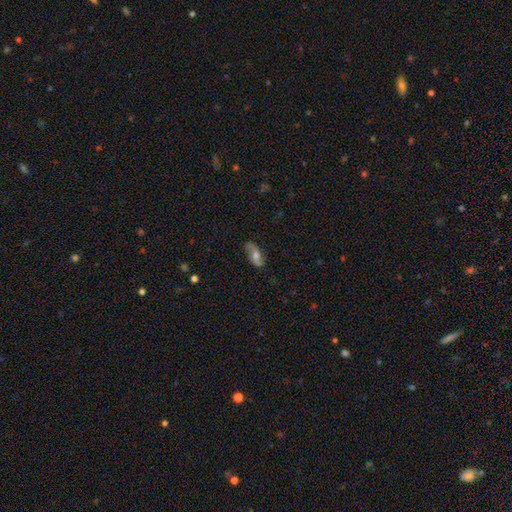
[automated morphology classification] Smooth or featured: featured or disk — 66% (smooth — 26%)
Edge-on disk: no — 92% (yes — 8%)
Bar: no — 57% (weak — 32%)
Spiral arms: yes — 88% (no — 12%)
Spiral winding: loose — 54% (medium — 33%)
Spiral arm count: 2 — 90% (can't tell — 5%)
Bulge size: moderate — 63% (small — 17%)
Merging: none — 80% (minor disturbance — 15%)